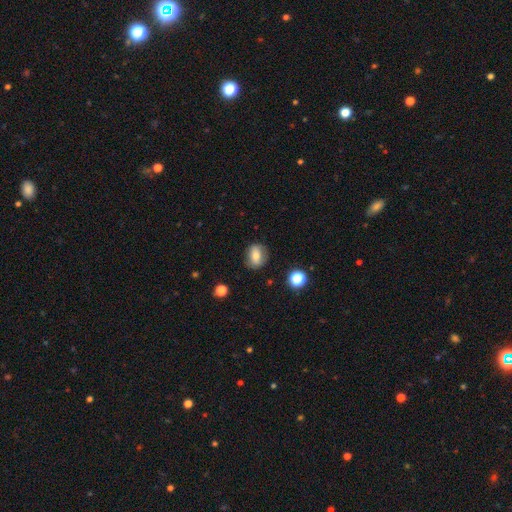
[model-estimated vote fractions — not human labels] smooth 68%, featured or disk 21%, star or artifact 10%. Down the decision tree: how rounded — in between (56%); merging — none (79%).